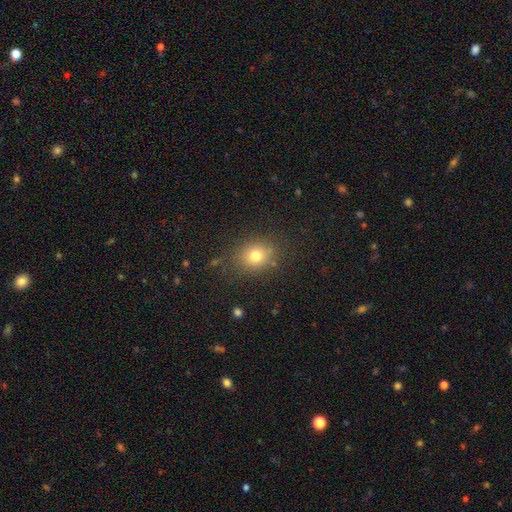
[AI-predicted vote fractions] Overall: smooth (76%). How rounded: round (63%; in between 36%). Merging: none (81%).